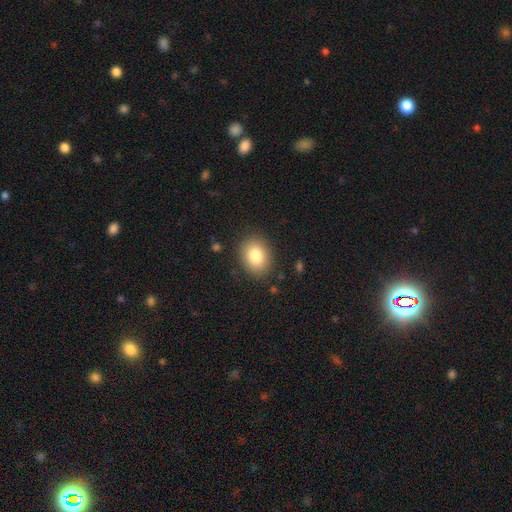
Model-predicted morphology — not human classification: Q: Smooth or featured?
A: smooth (83%); runner-up: star or artifact (9%)
Q: How rounded?
A: in between (53%); runner-up: round (46%)
Q: Merging?
A: none (86%); runner-up: minor disturbance (9%)